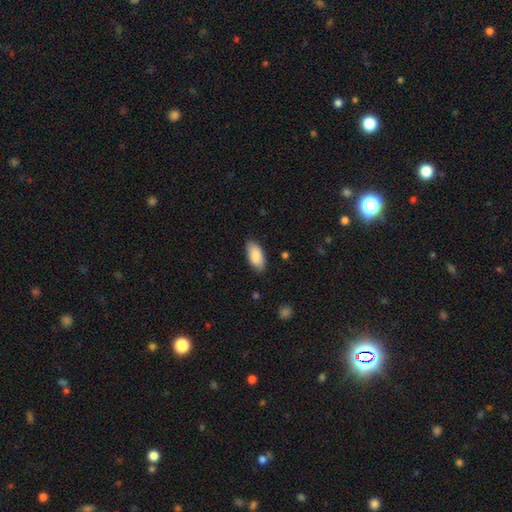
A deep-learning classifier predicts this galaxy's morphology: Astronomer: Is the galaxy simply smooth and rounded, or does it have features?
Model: smooth — 88%.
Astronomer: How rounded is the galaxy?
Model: in between — 93%.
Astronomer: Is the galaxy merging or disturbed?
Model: none — 82%.